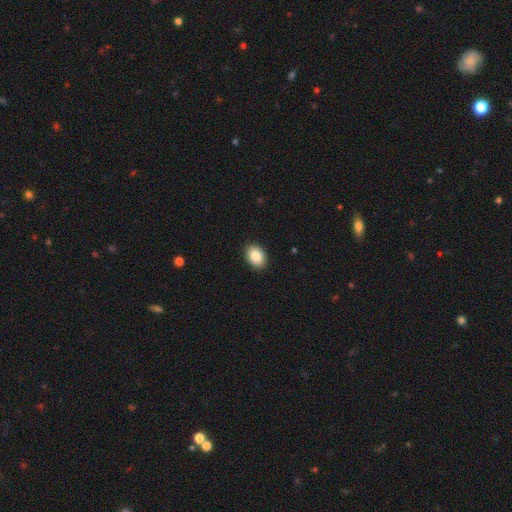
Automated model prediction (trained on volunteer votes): This is clearly a smooth galaxy (86%). How rounded: likely in between (79%). Merging: clearly none (91%).